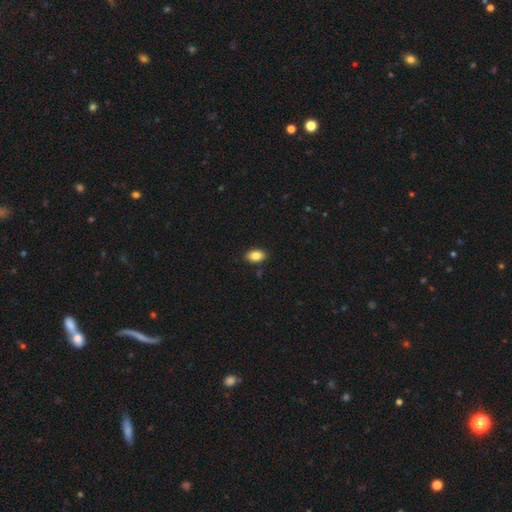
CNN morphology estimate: Q: Smooth or featured?
A: smooth (85%); runner-up: star or artifact (8%)
Q: How rounded?
A: in between (90%); runner-up: round (9%)
Q: Merging?
A: none (88%); runner-up: minor disturbance (8%)